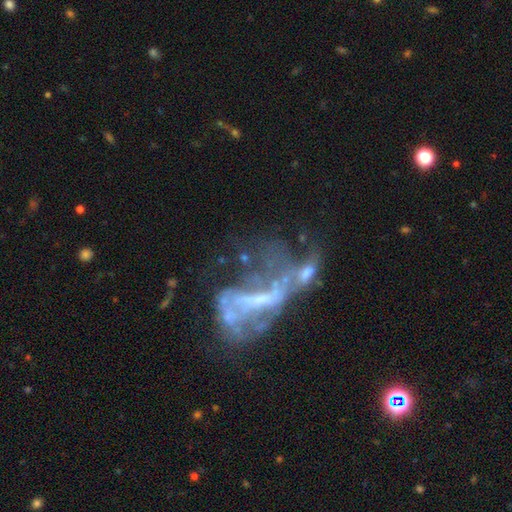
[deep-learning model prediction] This is likely a featured or disk galaxy (70%). It is clearly not viewed edge-on (93%). Bar: possibly no (47%). Spiral arm pattern: likely no (64%). Central bulge: possibly none (53%). Merging: marginally major disturbance (37%).